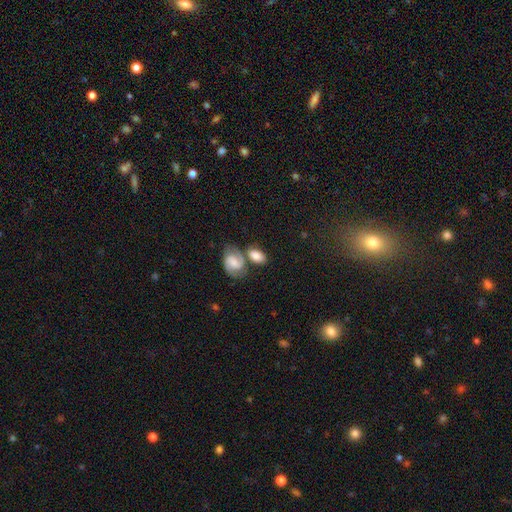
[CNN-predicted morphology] The model was most divided on "merging": none: 44%, merger: 36%, minor disturbance: 14%, major disturbance: 6%. More confident: how rounded — in between (84%); smooth or featured — smooth (62%).